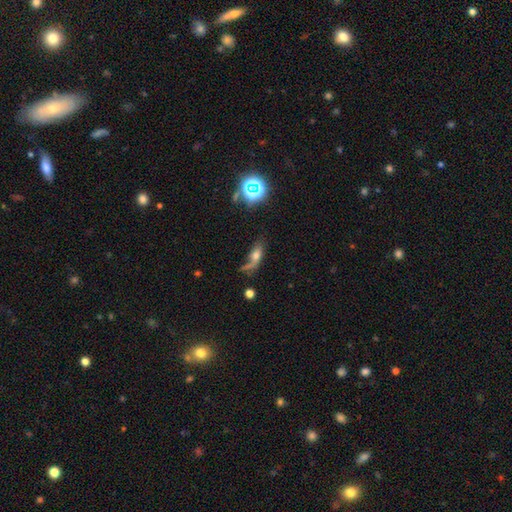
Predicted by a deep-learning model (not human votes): smooth 52%, featured or disk 33%, star or artifact 16%. Down the decision tree: how rounded — in between (61%); merging — none (35%).